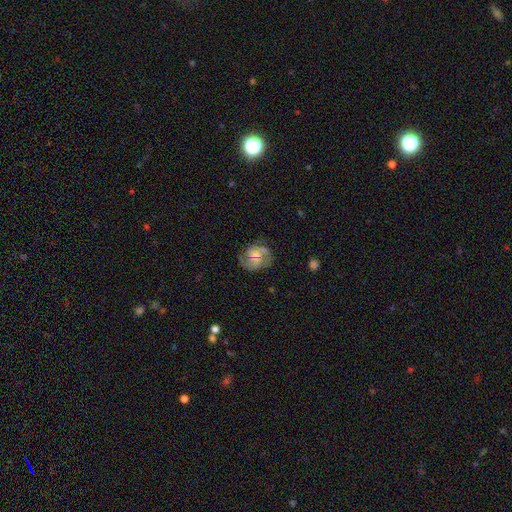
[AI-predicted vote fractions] Smooth or featured?
  - featured or disk: 80% *
  - smooth: 13%
  - star or artifact: 7%
Edge-on disk?
  - no: 98% *
  - yes: 2%
Bar?
  - no: 57% *
  - weak: 36%
  - strong: 8%
Spiral arms?
  - yes: 95% *
  - no: 5%
Spiral winding?
  - medium: 52% *
  - tight: 31%
  - loose: 17%
Spiral arm count?
  - 2: 40% *
  - 3: 34%
  - can't tell: 13%
  - 4: 5%
  - 1: 4%
  - more than 4: 4%
Bulge size?
  - small: 56% *
  - moderate: 33%
  - none: 8%
  - large: 2%
  - dominant: 1%
Merging?
  - none: 71% *
  - minor disturbance: 17%
  - major disturbance: 10%
  - merger: 2%